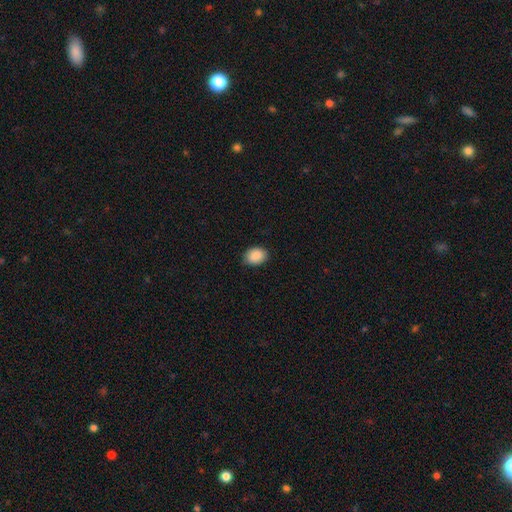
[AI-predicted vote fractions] Overall: smooth (90%). How rounded: in between (66%; round 33%). Merging: none (80%).